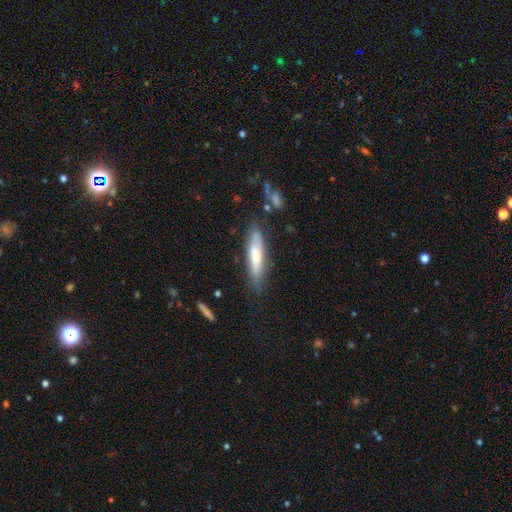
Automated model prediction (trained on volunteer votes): This is likely a smooth galaxy (64%). How rounded: likely cigar-shaped (75%). Merging: likely none (71%).